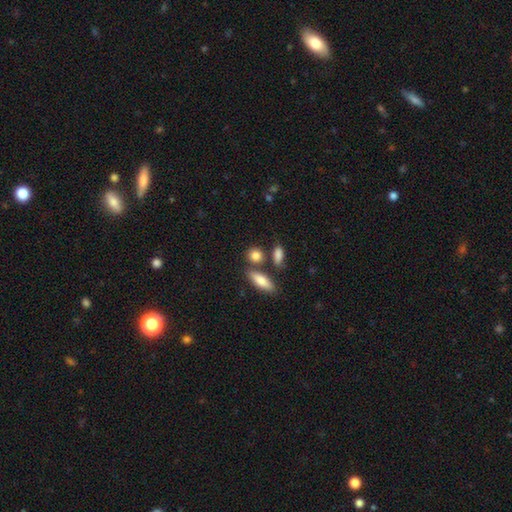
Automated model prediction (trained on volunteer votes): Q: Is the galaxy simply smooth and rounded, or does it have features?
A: smooth — 84%.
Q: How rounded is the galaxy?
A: round — 58%.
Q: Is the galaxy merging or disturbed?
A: none — 67%.